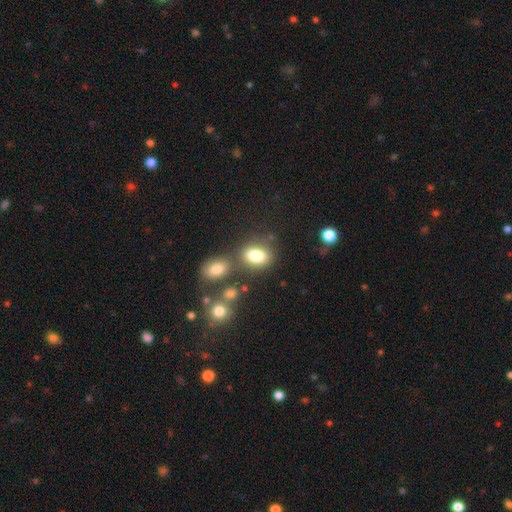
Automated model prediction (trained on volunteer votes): Morphology: type=smooth (80%); roundness=in between (70%); merging=none (61%).